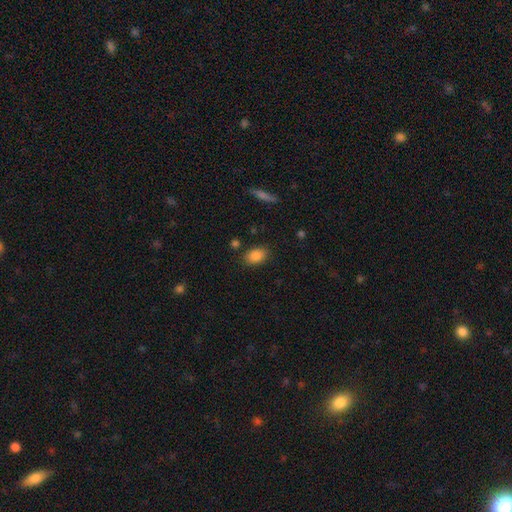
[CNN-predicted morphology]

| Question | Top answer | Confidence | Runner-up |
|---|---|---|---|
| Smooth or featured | smooth | 86% | star or artifact (9%) |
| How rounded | in between | 83% | round (15%) |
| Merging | none | 82% | minor disturbance (12%) |